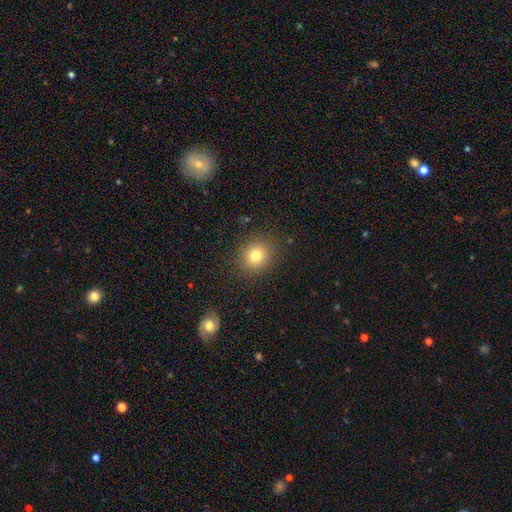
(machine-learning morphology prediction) Q: Smooth or featured?
A: smooth (78%); runner-up: star or artifact (13%)
Q: How rounded?
A: round (74%); runner-up: in between (25%)
Q: Merging?
A: none (88%); runner-up: minor disturbance (8%)